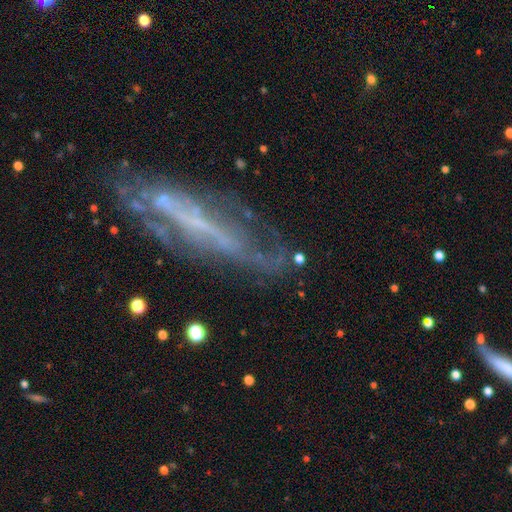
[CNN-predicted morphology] Q: Smooth or featured?
A: featured or disk (72%); runner-up: smooth (17%)
Q: Edge-on disk?
A: no (63%); runner-up: yes (37%)
Q: Merging?
A: none (57%); runner-up: minor disturbance (21%)